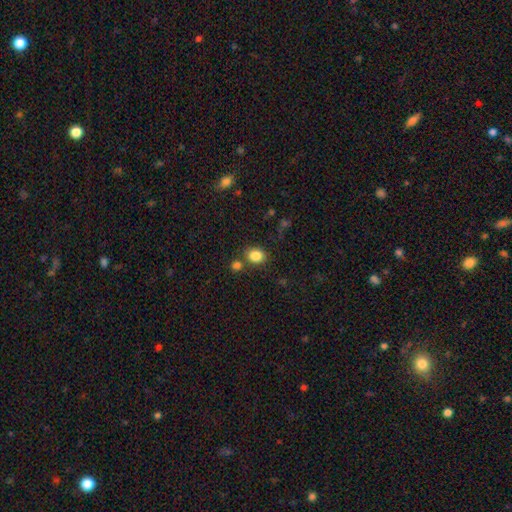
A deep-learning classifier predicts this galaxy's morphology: Smooth or featured: smooth — 84% (star or artifact — 11%)
How rounded: round — 56% (in between — 43%)
Merging: none — 75% (merger — 12%)